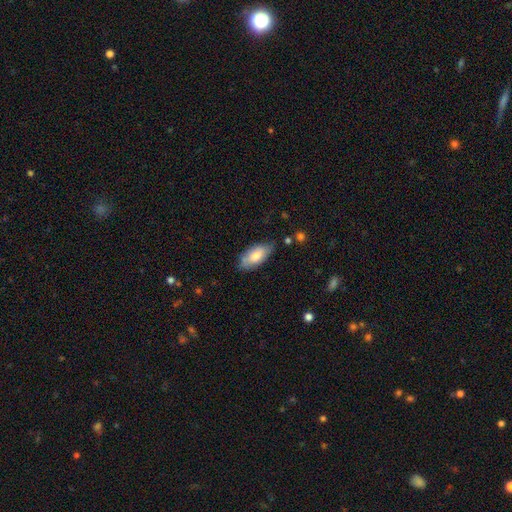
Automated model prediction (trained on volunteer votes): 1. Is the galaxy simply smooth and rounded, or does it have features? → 74% smooth, 20% featured or disk, 6% star or artifact.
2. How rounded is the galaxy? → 90% in between, 8% cigar-shaped, 2% round.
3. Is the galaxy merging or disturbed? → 70% none, 23% minor disturbance, 4% major disturbance, 3% merger.